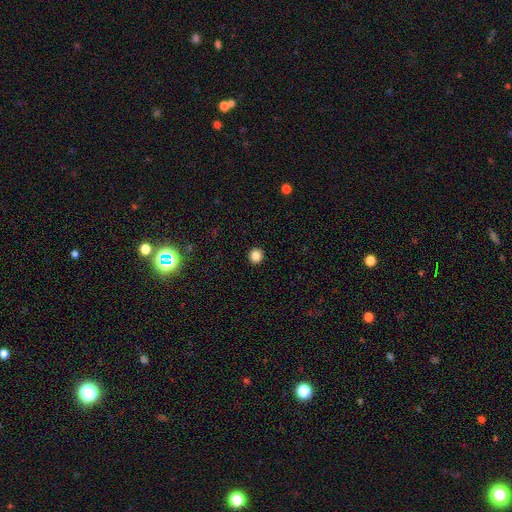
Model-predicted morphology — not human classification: Smooth or featured? Predicted: smooth (p=0.85). How rounded? Predicted: round (p=0.93). Merging? Predicted: none (p=0.93).